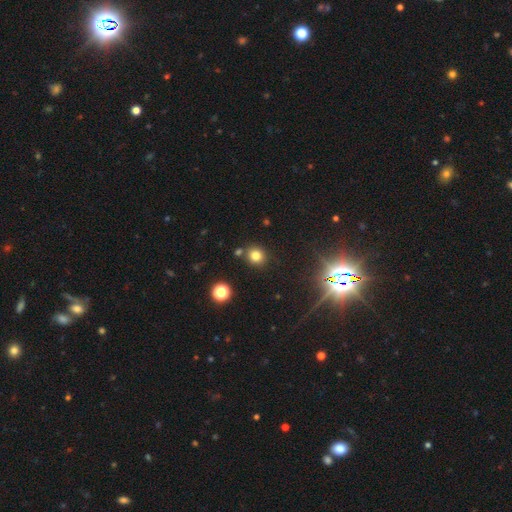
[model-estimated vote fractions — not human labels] smooth-or-featured: smooth: 77% | star or artifact: 16% | featured or disk: 7%
  how-rounded: round: 84% | in between: 15% | cigar-shaped: 1%
  merging: none: 79% | merger: 9% | minor disturbance: 9% | major disturbance: 3%